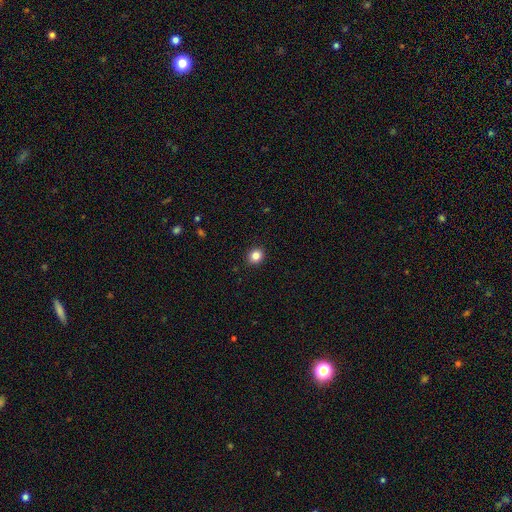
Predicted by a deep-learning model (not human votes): smooth_or_featured: smooth (p=0.84) [alt: star or artifact p=0.11]
how_rounded: round (p=0.76) [alt: in between p=0.23]
merging: none (p=0.92) [alt: minor disturbance p=0.06]